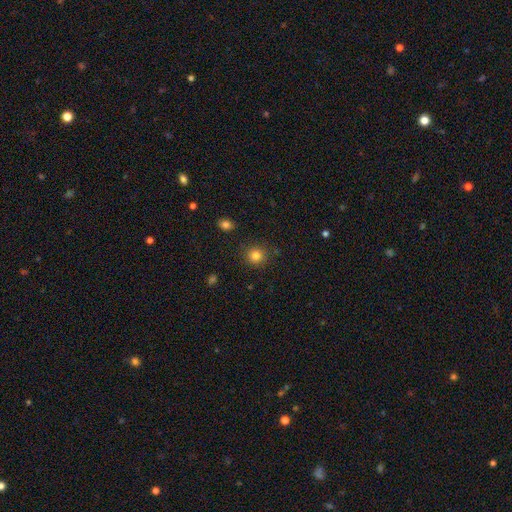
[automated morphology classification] type=smooth (82%); roundness=round (91%); merging=none (89%).